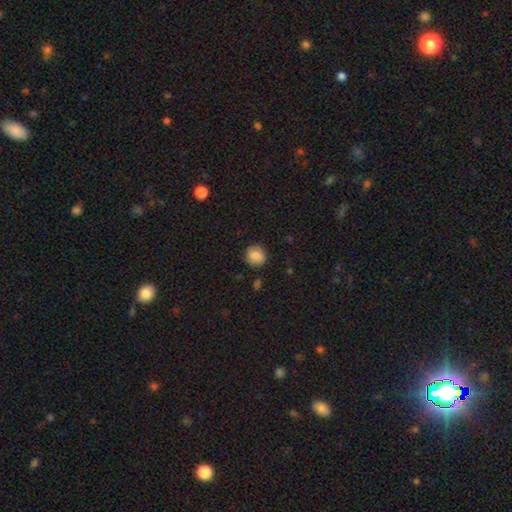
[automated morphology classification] This is clearly a smooth galaxy (85%). How rounded: clearly round (82%). Merging: clearly none (83%).